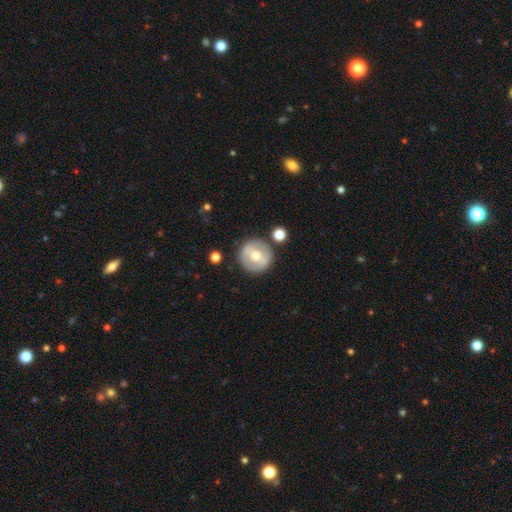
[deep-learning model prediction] Q: Smooth or featured?
A: smooth (47%); runner-up: featured or disk (46%)
Q: Merging?
A: none (84%); runner-up: minor disturbance (8%)